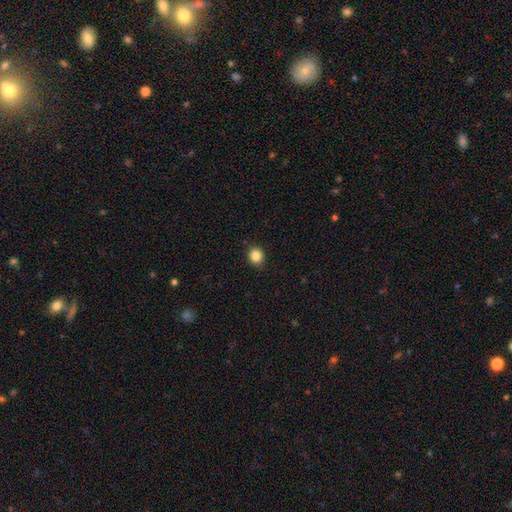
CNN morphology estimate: Smooth or featured: smooth — 85% (star or artifact — 11%)
How rounded: round — 81% (in between — 18%)
Merging: none — 91% (minor disturbance — 6%)